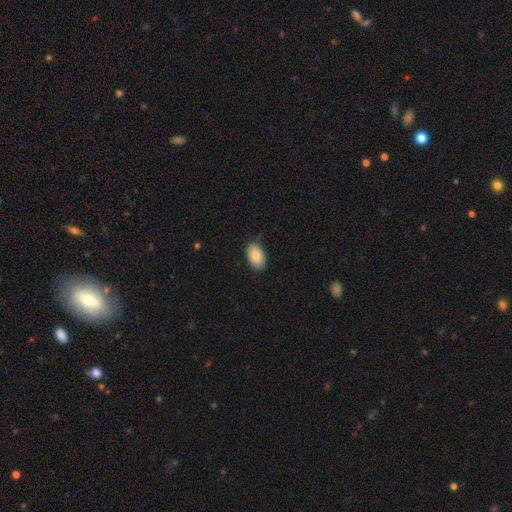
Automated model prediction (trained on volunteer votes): Smooth or featured?
  - smooth: 85% *
  - featured or disk: 8%
  - star or artifact: 7%
How rounded?
  - in between: 93% *
  - round: 6%
  - cigar-shaped: 1%
Merging?
  - none: 82% *
  - minor disturbance: 15%
  - major disturbance: 2%
  - merger: 1%